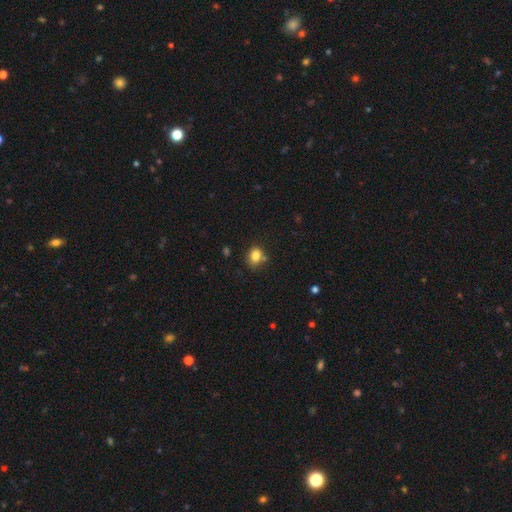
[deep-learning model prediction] Smooth or featured?
  - smooth: 82% *
  - star or artifact: 11%
  - featured or disk: 7%
How rounded?
  - round: 55% *
  - in between: 44%
  - cigar-shaped: 1%
Merging?
  - none: 66% *
  - minor disturbance: 19%
  - merger: 10%
  - major disturbance: 5%